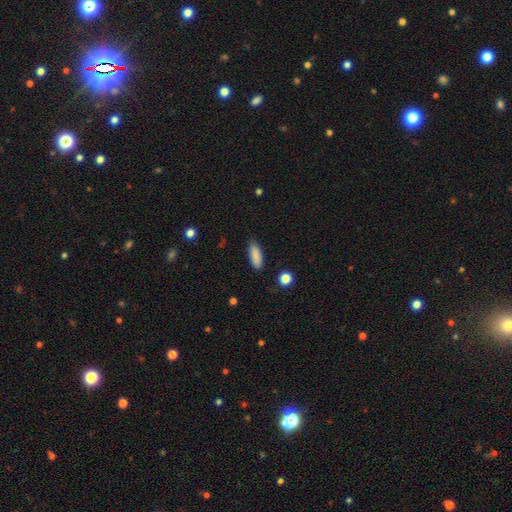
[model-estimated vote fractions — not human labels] smooth 87%, star or artifact 7%, featured or disk 6%. Down the decision tree: how rounded — in between (63%); merging — none (83%).